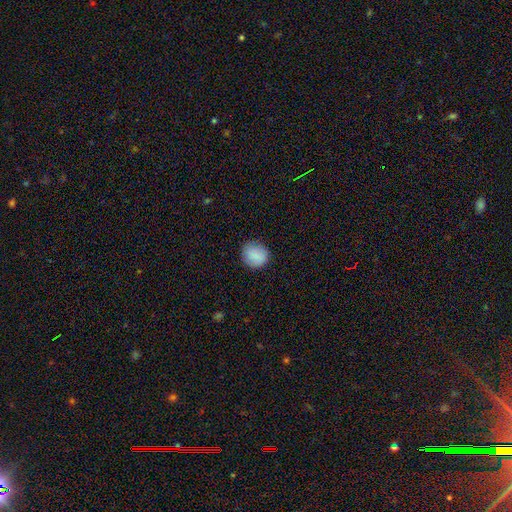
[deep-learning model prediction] A smooth galaxy with no disk features (88%) that is round (81%). Merging: none (83%).